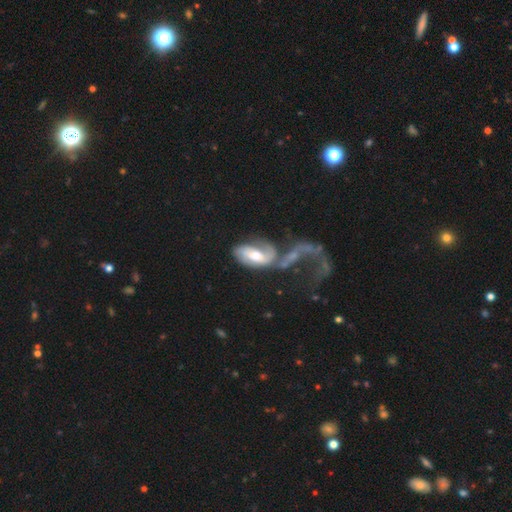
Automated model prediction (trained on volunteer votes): A featured or disk galaxy (65%) with no bar (40%), spiral arms (75%) and a moderate central bulge (66%). Merging: merger (42%).